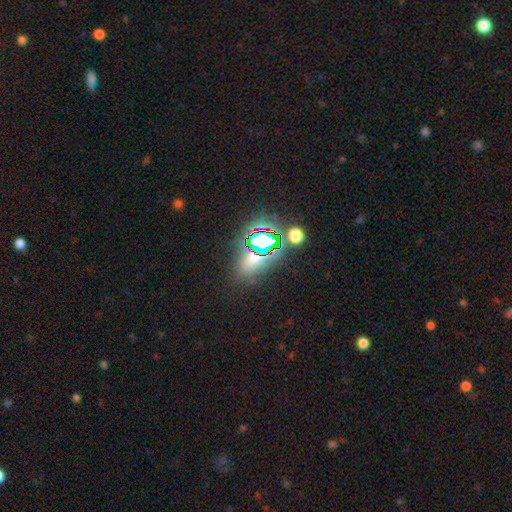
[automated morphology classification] smooth_or_featured: star or artifact (p=0.52) [alt: smooth p=0.38]